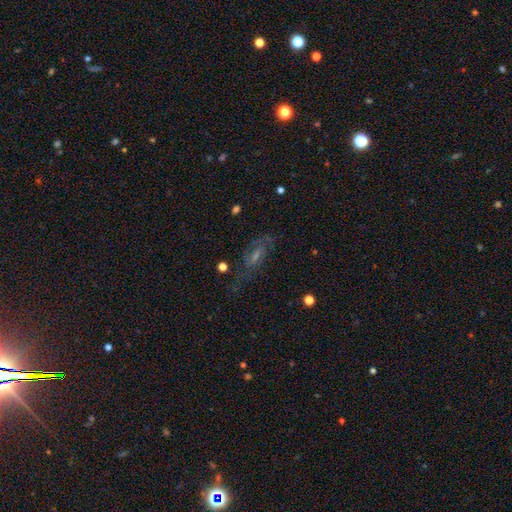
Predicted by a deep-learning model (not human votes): Smooth or featured?
  - featured or disk: 62% *
  - star or artifact: 19%
  - smooth: 18%
Edge-on disk?
  - no: 87% *
  - yes: 13%
Bar?
  - weak: 46% *
  - no: 39%
  - strong: 15%
Spiral arms?
  - yes: 82% *
  - no: 18%
Bulge size?
  - small: 51% *
  - moderate: 34%
  - none: 10%
  - large: 4%
  - dominant: 2%
Merging?
  - none: 62% *
  - minor disturbance: 19%
  - major disturbance: 17%
  - merger: 3%